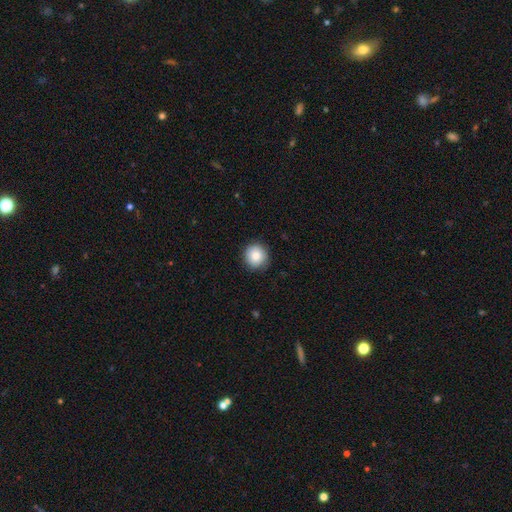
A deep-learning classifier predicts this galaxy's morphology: A smooth galaxy with no disk features (85%) that is round (93%). Merging: none (88%).